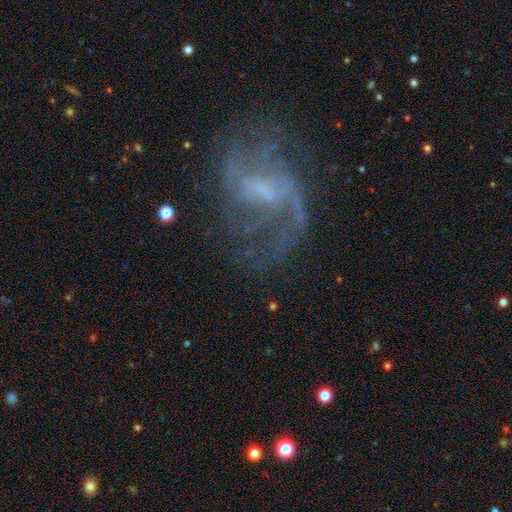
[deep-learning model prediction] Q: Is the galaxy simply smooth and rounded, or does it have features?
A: featured or disk — 83%.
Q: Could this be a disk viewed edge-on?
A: no — 97%.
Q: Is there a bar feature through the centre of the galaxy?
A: weak — 56%.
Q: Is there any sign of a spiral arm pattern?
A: yes — 93%.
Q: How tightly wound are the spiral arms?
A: loose — 53%.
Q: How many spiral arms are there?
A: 2 — 68%.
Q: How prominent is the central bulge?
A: small — 51%.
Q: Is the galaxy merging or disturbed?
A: none — 63%.